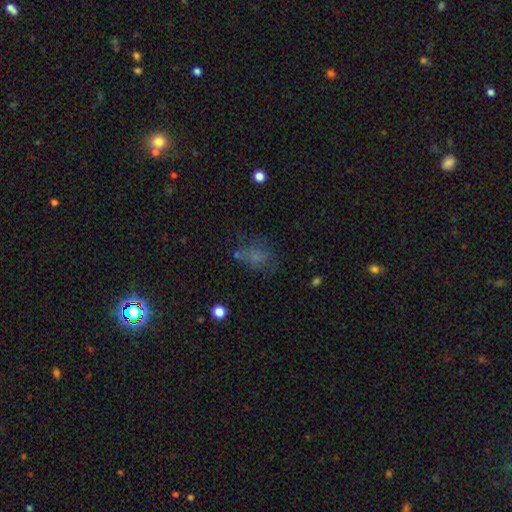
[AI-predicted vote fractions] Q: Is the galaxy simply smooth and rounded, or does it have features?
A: smooth — 62%.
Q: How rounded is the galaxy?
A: in between — 68%.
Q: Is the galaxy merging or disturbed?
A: none — 51%.